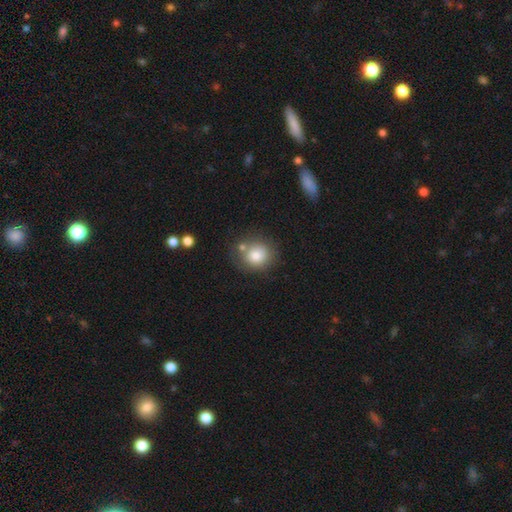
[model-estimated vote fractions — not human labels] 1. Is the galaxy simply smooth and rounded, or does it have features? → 78% smooth, 12% featured or disk, 10% star or artifact.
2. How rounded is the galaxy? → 82% round, 17% in between, 1% cigar-shaped.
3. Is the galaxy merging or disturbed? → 67% none, 14% minor disturbance, 14% merger, 5% major disturbance.